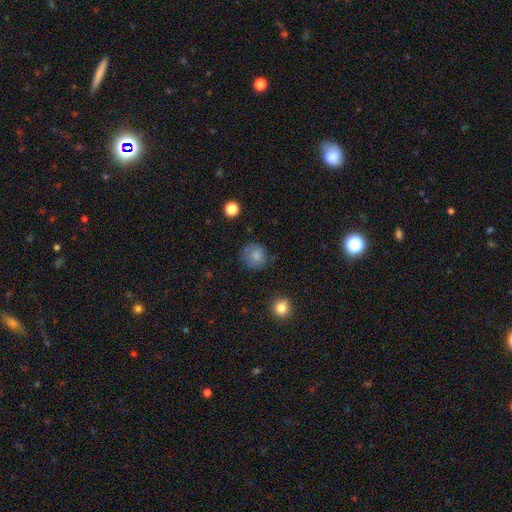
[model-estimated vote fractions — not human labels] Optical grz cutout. It shows a smooth galaxy with no disk features (81%) that is round (90%). Merging: none (77%).